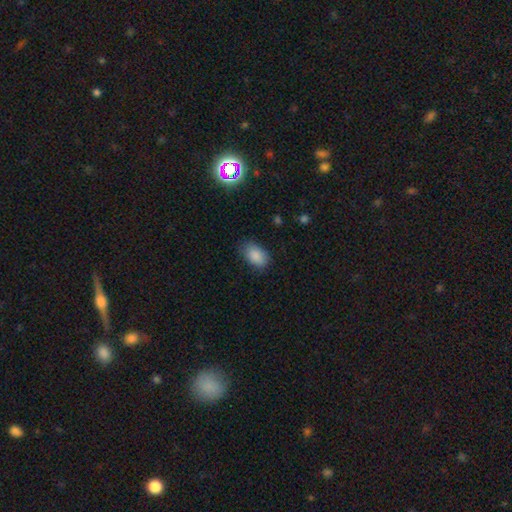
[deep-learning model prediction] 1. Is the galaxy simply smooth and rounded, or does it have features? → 88% smooth, 8% star or artifact, 4% featured or disk.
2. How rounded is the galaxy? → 90% in between, 8% round, 1% cigar-shaped.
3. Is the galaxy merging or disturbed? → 78% none, 17% minor disturbance, 4% major disturbance, 1% merger.